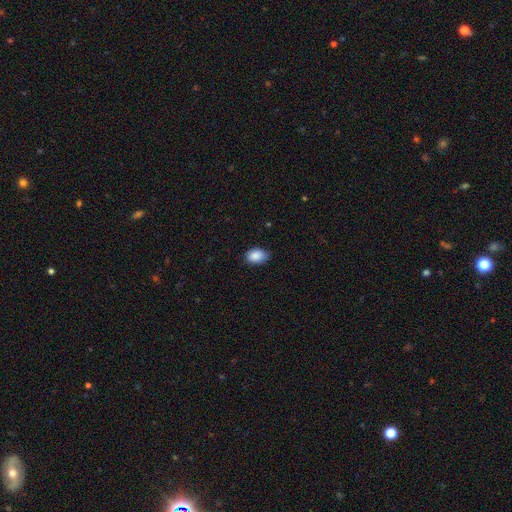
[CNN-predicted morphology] smooth-or-featured: smooth: 88% | star or artifact: 7% | featured or disk: 5%
  how-rounded: in between: 85% | round: 14% | cigar-shaped: 1%
  merging: none: 73% | minor disturbance: 23% | major disturbance: 3% | merger: 1%